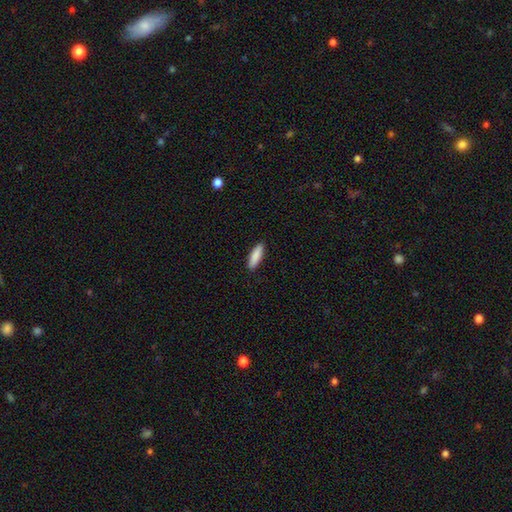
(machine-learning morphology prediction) The model was most divided on "how rounded": cigar-shaped: 65%, in between: 34%, round: 2%. More confident: merging — none (90%); smooth or featured — smooth (88%).